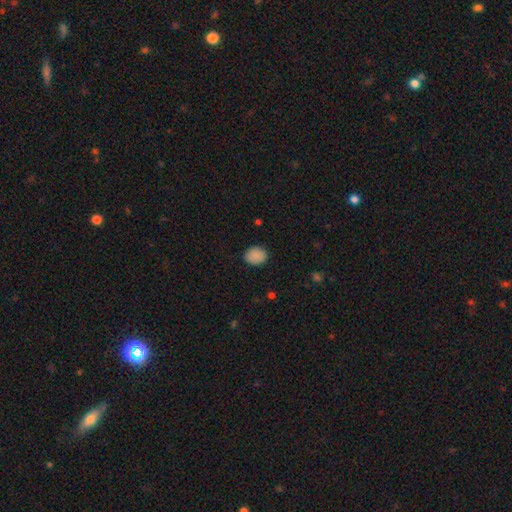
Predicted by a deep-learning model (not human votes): smooth 88%, star or artifact 9%, featured or disk 3%. Down the decision tree: how rounded — in between (53%); merging — none (85%).